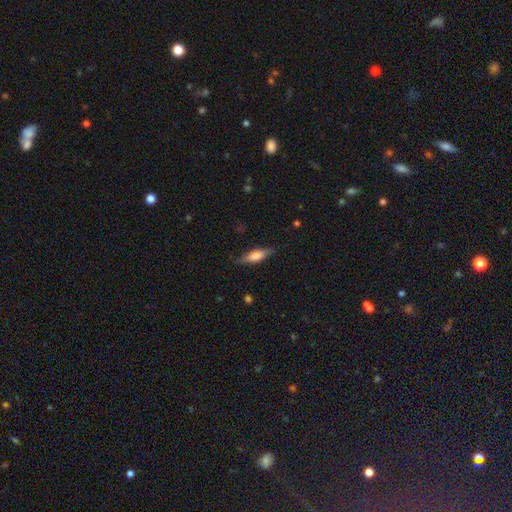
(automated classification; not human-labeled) Morphology: type=smooth (58%); roundness=cigar-shaped (57%); merging=none (82%).